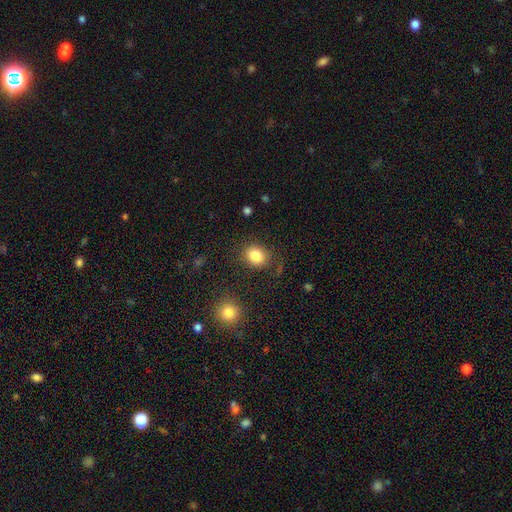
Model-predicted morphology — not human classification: Smooth or featured? smooth (84%)
How rounded? round (59%)
Merging? none (82%)